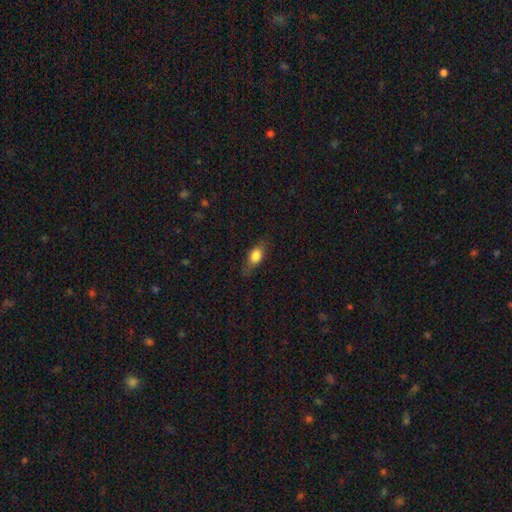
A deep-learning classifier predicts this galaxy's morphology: type=smooth (72%); roundness=in between (71%); merging=none (75%).